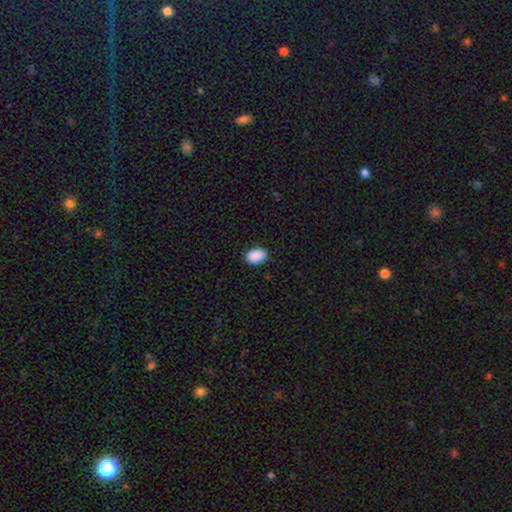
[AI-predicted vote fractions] smooth-or-featured: smooth: 91% | star or artifact: 7% | featured or disk: 2%
  how-rounded: in between: 88% | round: 11% | cigar-shaped: 1%
  merging: none: 89% | minor disturbance: 9% | major disturbance: 2% | merger: 1%